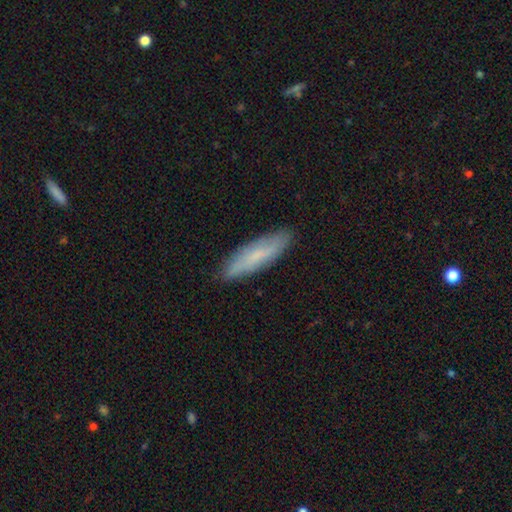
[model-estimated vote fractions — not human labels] This appears to be a smooth galaxy with no disk features (65%) that is cigar-shaped (68%). Merging: none (85%).